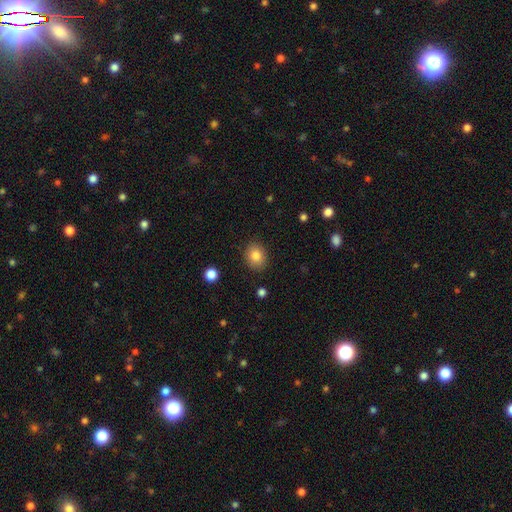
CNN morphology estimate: smooth 83%, star or artifact 9%, featured or disk 8%. Down the decision tree: how rounded — round (54%); merging — none (88%).